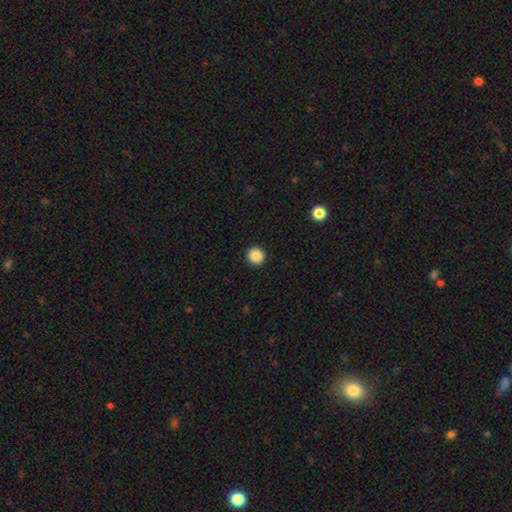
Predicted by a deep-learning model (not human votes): Smooth or featured: smooth — 88% (star or artifact — 10%)
How rounded: round — 95% (in between — 4%)
Merging: none — 93% (minor disturbance — 4%)